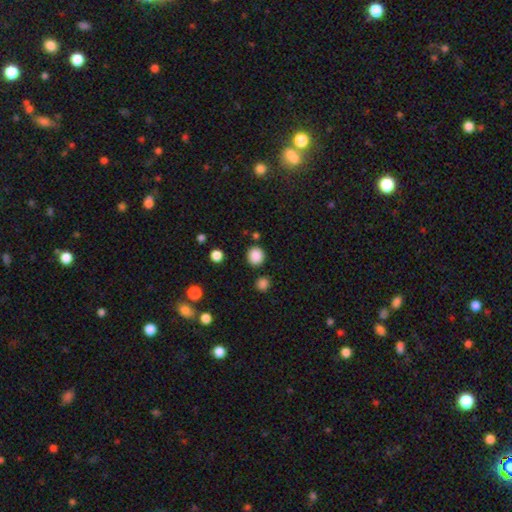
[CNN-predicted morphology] A smooth galaxy with no disk features (86%) that is round (88%). Merging: none (85%).